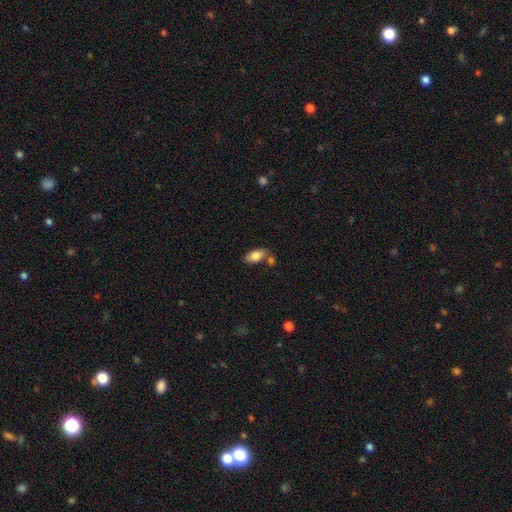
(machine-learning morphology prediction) The model was most divided on "merging": none: 65%, merger: 16%, minor disturbance: 15%, major disturbance: 4%. More confident: how rounded — in between (88%); smooth or featured — smooth (77%).